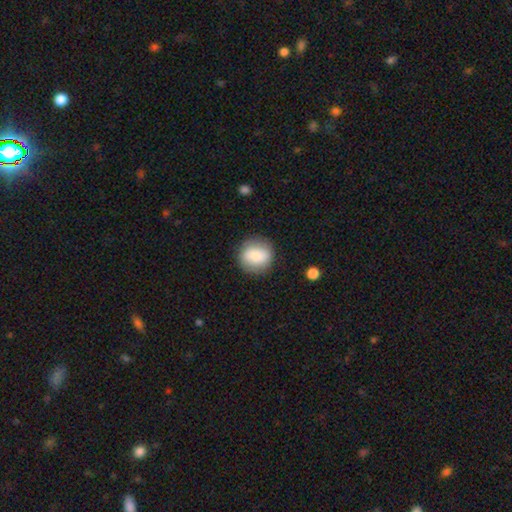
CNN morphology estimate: Overall: smooth (75%). How rounded: round (86%). Merging: none (86%).